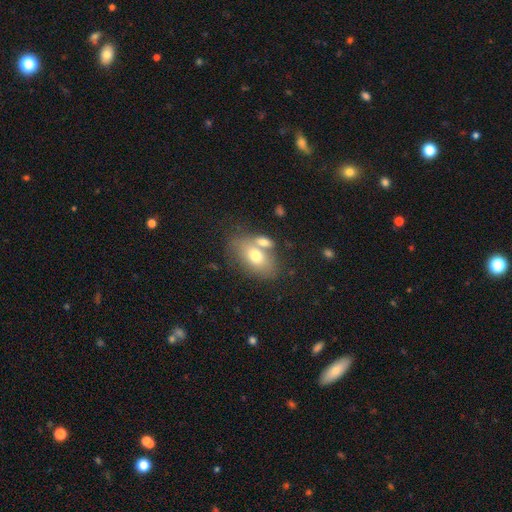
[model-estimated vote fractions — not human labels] A smooth galaxy with no disk features (70%) that is in between round and cigar-shaped (87%).

Vote fractions:
- Smooth or featured? smooth: 70% / featured or disk: 22% / star or artifact: 8%
- How rounded? in between: 87% / round: 11% / cigar-shaped: 2%
- Merging? none: 46% / merger: 35% / minor disturbance: 13% / major disturbance: 5%